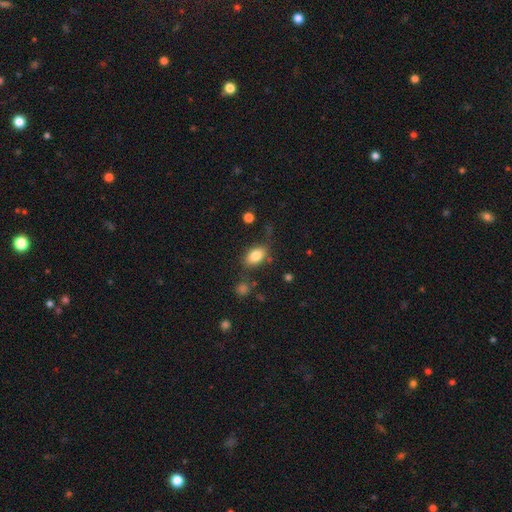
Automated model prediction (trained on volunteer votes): smooth 82%, featured or disk 10%, star or artifact 8%. Down the decision tree: how rounded — in between (89%); merging — none (74%).